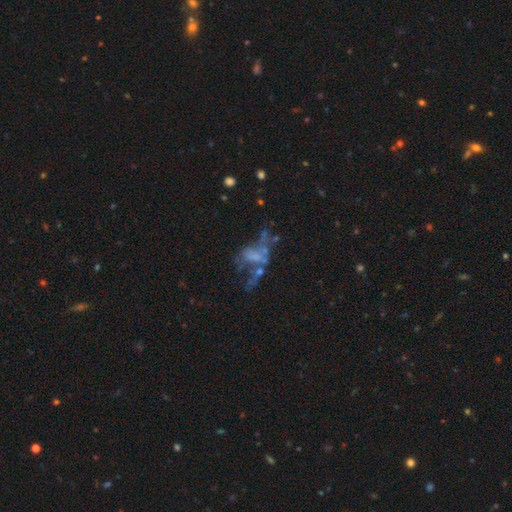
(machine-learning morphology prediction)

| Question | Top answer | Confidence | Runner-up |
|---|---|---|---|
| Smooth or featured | featured or disk | 54% | smooth (28%) |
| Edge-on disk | no | 95% | yes (5%) |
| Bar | no | 81% | weak (13%) |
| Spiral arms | no | 84% | yes (16%) |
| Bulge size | none | 62% | small (16%) |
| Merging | major disturbance | 38% | merger (28%) |